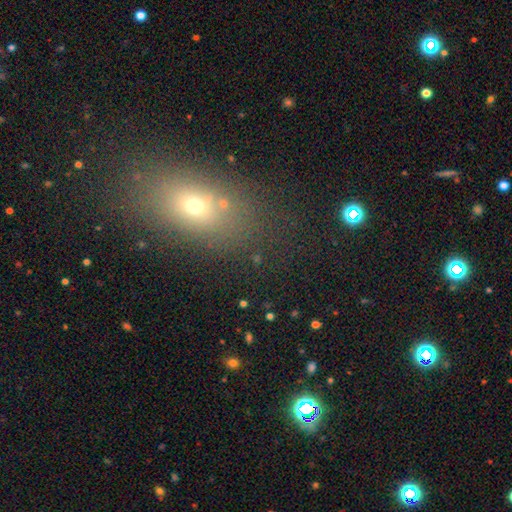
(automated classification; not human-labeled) Smooth or featured? Predicted: smooth (p=0.53). How rounded? Predicted: in between (p=0.62). Merging? Predicted: none (p=0.71).